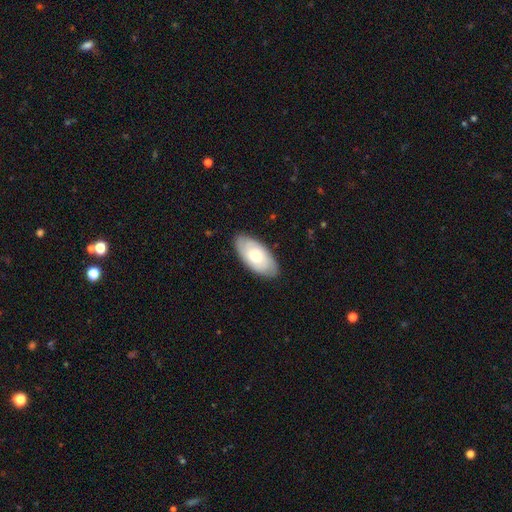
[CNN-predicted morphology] smooth_or_featured: smooth (p=0.55) [alt: featured or disk p=0.39]
how_rounded: in between (p=0.93) [alt: cigar-shaped p=0.04]
merging: none (p=0.85) [alt: minor disturbance p=0.12]